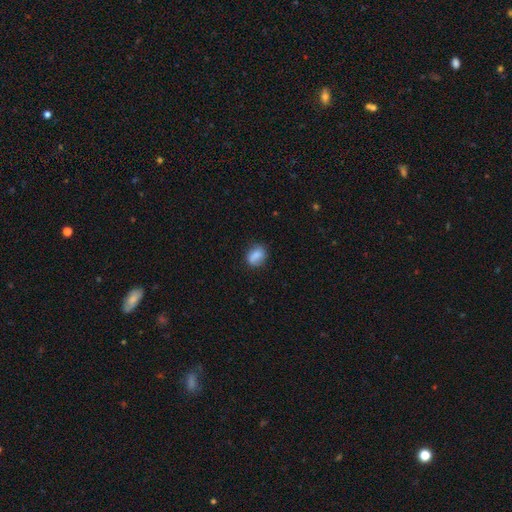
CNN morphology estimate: Smooth or featured: smooth — 77% (featured or disk — 15%)
How rounded: in between — 52% (round — 46%)
Merging: none — 71% (minor disturbance — 22%)